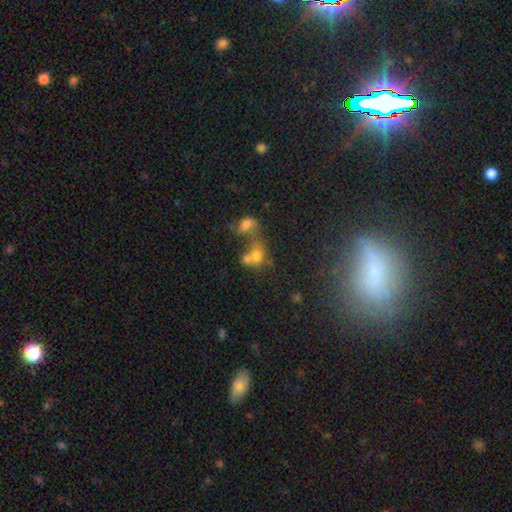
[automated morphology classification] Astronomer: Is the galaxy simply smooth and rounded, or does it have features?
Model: smooth — 66%.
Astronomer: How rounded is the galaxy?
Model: round — 50% (runner-up: in between, 48%).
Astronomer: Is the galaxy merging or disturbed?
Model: merger — 67%.